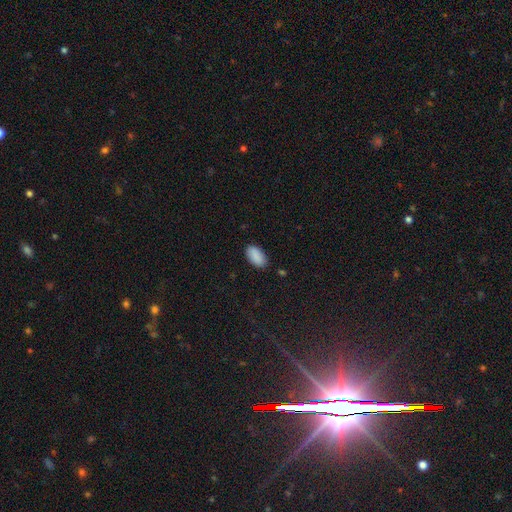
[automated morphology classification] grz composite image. It shows a smooth galaxy with no disk features (90%) that is in between round and cigar-shaped (95%). Merging: none (86%).